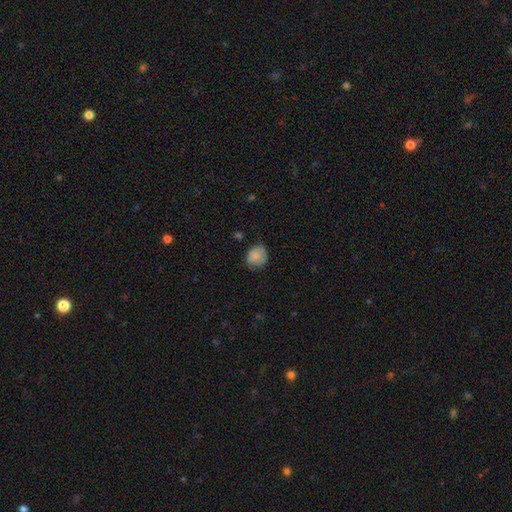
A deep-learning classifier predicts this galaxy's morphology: smooth 76%, featured or disk 15%, star or artifact 8%. Down the decision tree: how rounded — round (69%); merging — none (63%).